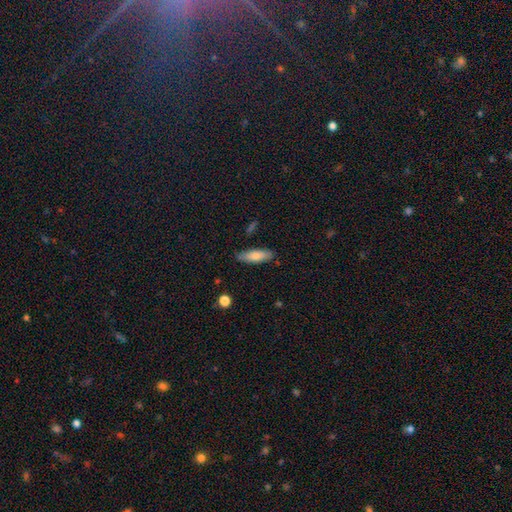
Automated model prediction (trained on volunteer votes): Morphology: type=smooth (75%); roundness=in between (57%); merging=none (84%).